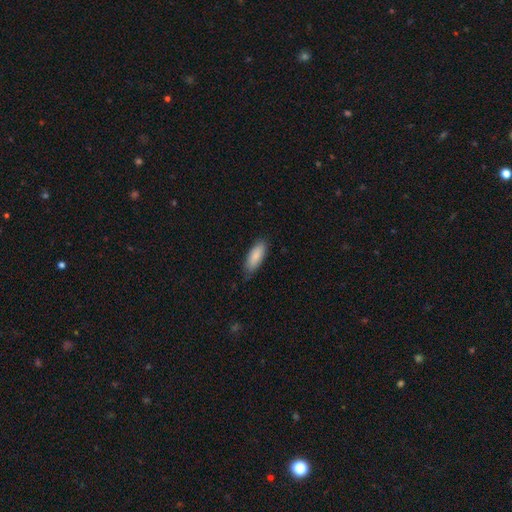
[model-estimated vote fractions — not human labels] smooth-or-featured: smooth: 86% | featured or disk: 8% | star or artifact: 5%
  how-rounded: in between: 69% | cigar-shaped: 29% | round: 2%
  merging: none: 81% | minor disturbance: 16% | major disturbance: 2% | merger: 1%